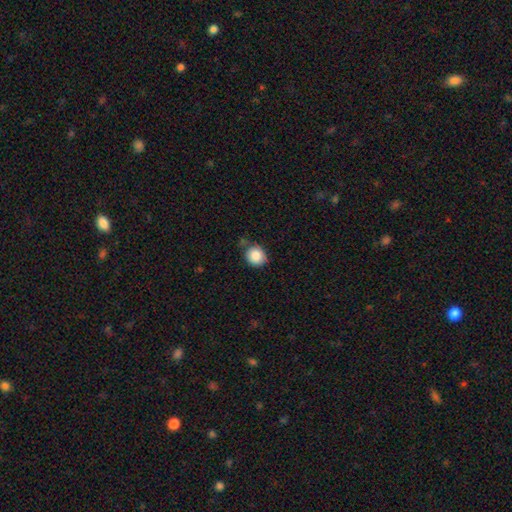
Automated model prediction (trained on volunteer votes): Q: Smooth or featured?
A: smooth (86%); runner-up: star or artifact (9%)
Q: How rounded?
A: round (80%); runner-up: in between (19%)
Q: Merging?
A: none (71%); runner-up: minor disturbance (20%)